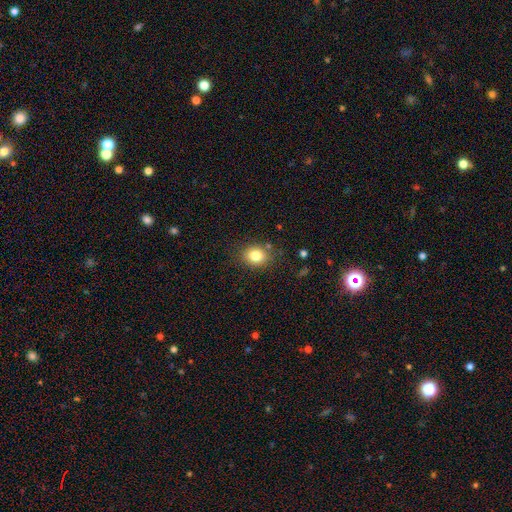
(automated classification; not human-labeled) A smooth galaxy with no disk features (81%) that is round (65%).

Vote fractions:
- Smooth or featured? smooth: 81% / star or artifact: 11% / featured or disk: 8%
- How rounded? round: 65% / in between: 34% / cigar-shaped: 1%
- Merging? none: 82% / minor disturbance: 12% / major disturbance: 4% / merger: 3%